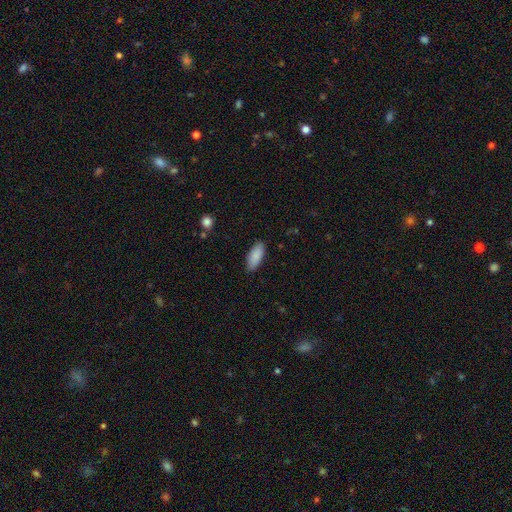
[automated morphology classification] Smooth or featured: smooth — 88% (star or artifact — 6%)
How rounded: in between — 82% (cigar-shaped — 16%)
Merging: none — 87% (minor disturbance — 10%)